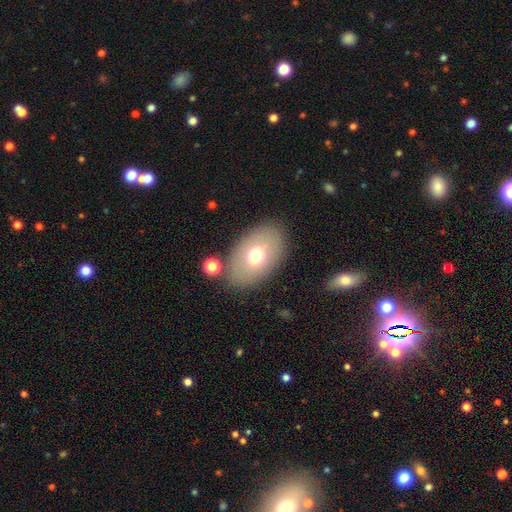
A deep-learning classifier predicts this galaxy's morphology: type=smooth (64%); roundness=in between (88%); merging=none (79%).